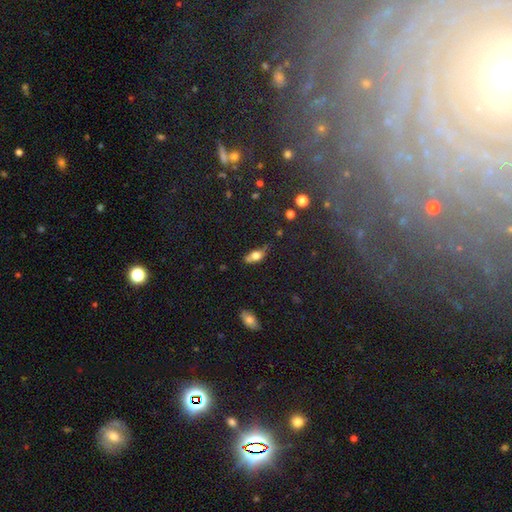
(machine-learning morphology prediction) Smooth or featured?
  - smooth: 67% *
  - featured or disk: 22%
  - star or artifact: 11%
How rounded?
  - in between: 77% *
  - cigar-shaped: 13%
  - round: 10%
Merging?
  - none: 49% *
  - minor disturbance: 28%
  - merger: 14%
  - major disturbance: 9%